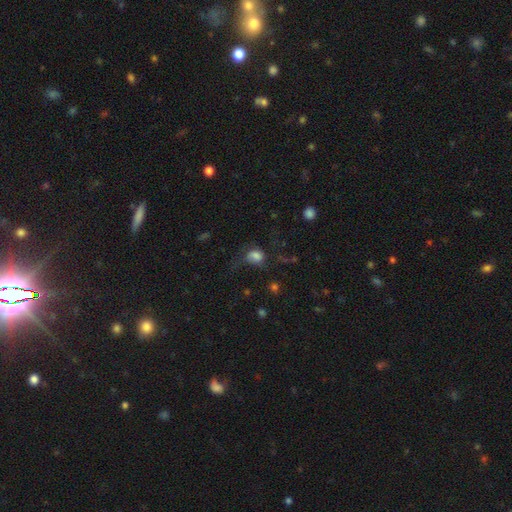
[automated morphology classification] A smooth galaxy with no disk features (69%) that is round (50%).

Vote fractions:
- Smooth or featured? smooth: 69% / featured or disk: 18% / star or artifact: 13%
- How rounded? round: 50% / in between: 49% / cigar-shaped: 1%
- Merging? none: 38% / major disturbance: 34% / minor disturbance: 24% / merger: 4%